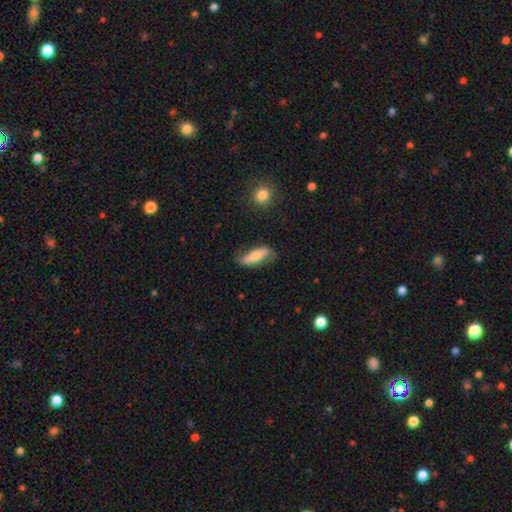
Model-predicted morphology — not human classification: Smooth or featured?
  - featured or disk: 50% *
  - smooth: 44%
  - star or artifact: 6%
Edge-on disk?
  - no: 68% *
  - yes: 32%
Merging?
  - none: 68% *
  - minor disturbance: 22%
  - major disturbance: 8%
  - merger: 2%